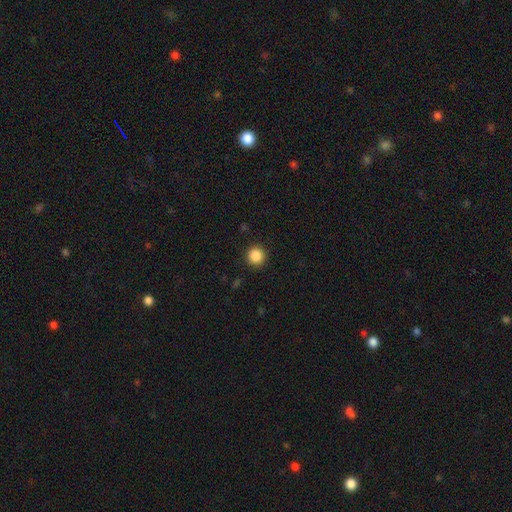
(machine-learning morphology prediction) Smooth or featured? Predicted: smooth (p=0.87). How rounded? Predicted: round (p=0.95). Merging? Predicted: none (p=0.92).